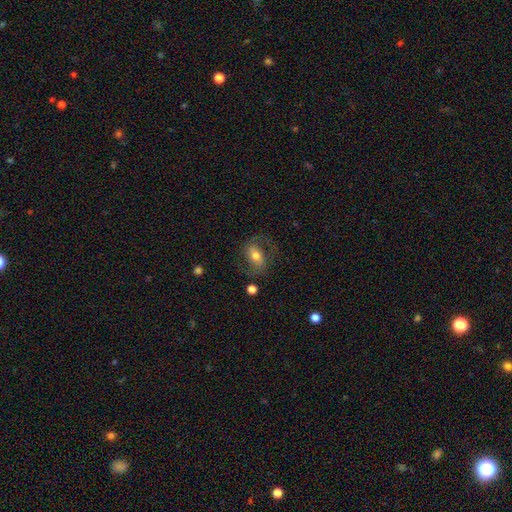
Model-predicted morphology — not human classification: The model was most divided on "bar": strong: 37%, weak: 35%, no: 28%. More confident: edge-on disk — no (94%); spiral arms — yes (80%); bulge size — moderate (66%); merging — none (66%); smooth or featured — featured or disk (55%).